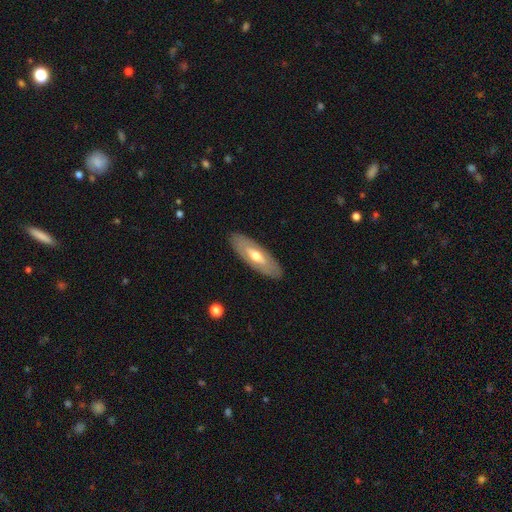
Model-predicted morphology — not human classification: The model was most divided on "smooth or featured": featured or disk: 51%, smooth: 44%, star or artifact: 5%. More confident: merging — none (87%); edge-on disk — no (70%).